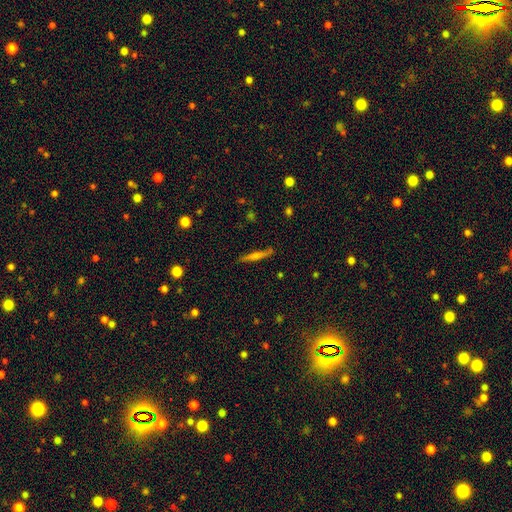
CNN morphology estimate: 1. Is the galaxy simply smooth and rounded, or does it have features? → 47% featured or disk, 44% smooth, 8% star or artifact.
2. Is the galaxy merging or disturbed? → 86% none, 10% minor disturbance, 2% major disturbance, 2% merger.